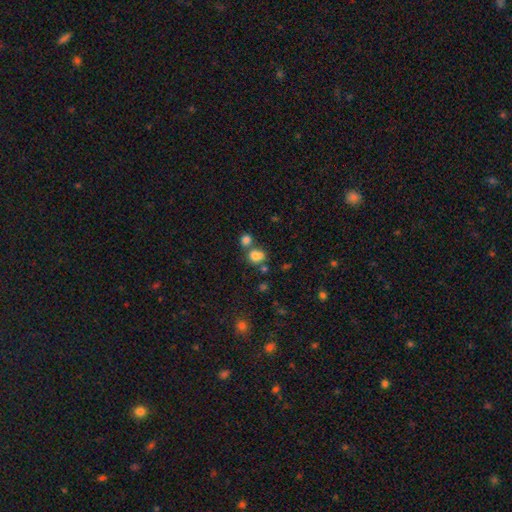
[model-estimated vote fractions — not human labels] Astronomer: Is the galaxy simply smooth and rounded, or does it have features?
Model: smooth — 78%.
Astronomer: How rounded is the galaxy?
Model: round — 65%.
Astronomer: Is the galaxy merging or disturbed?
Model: none — 46% (runner-up: merger, 38%).